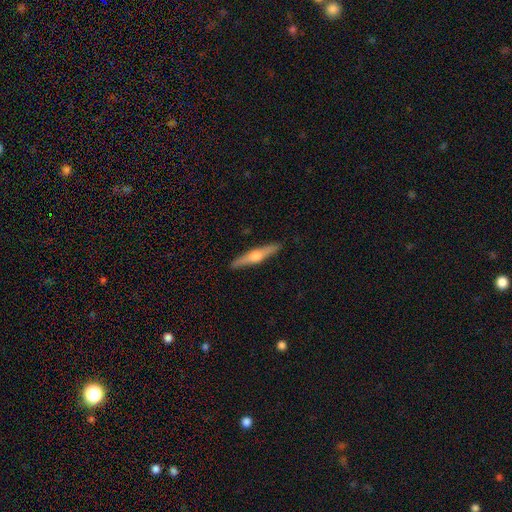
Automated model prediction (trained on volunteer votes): A featured or disk galaxy (68%) viewed edge-on (97%) with a rounded central bulge (94%).

Vote fractions:
- Smooth or featured? featured or disk: 68% / smooth: 27% / star or artifact: 5%
- Edge-on disk? yes: 97% / no: 3%
- Edge-on bulge? rounded: 94% / boxy: 3% / none: 3%
- Merging? none: 91% / minor disturbance: 6% / major disturbance: 1% / merger: 1%